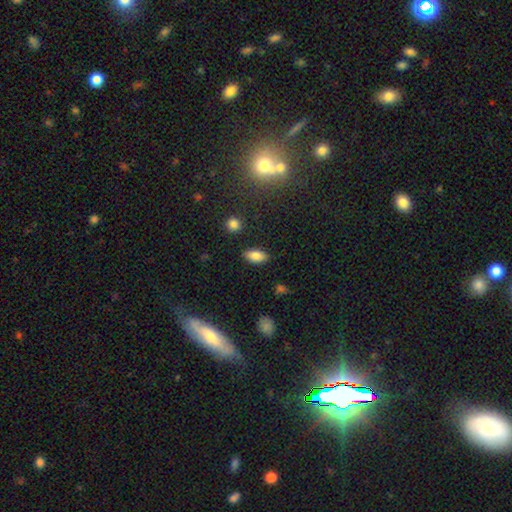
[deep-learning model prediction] smooth_or_featured: smooth (p=0.83) [alt: star or artifact p=0.09]
how_rounded: in between (p=0.89) [alt: cigar-shaped p=0.07]
merging: none (p=0.86) [alt: minor disturbance p=0.10]